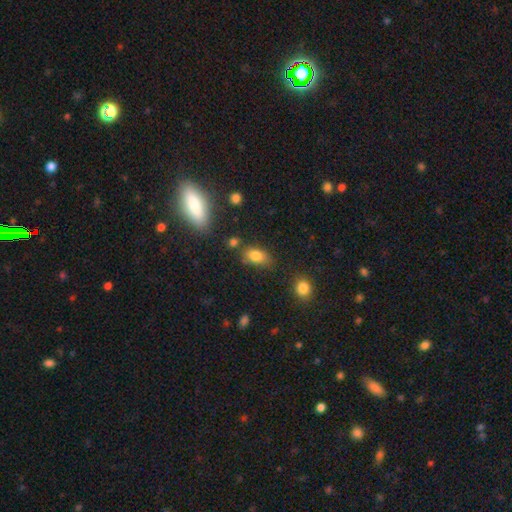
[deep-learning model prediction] This is clearly a smooth galaxy (81%). How rounded: clearly in between (86%). Merging: likely none (69%).